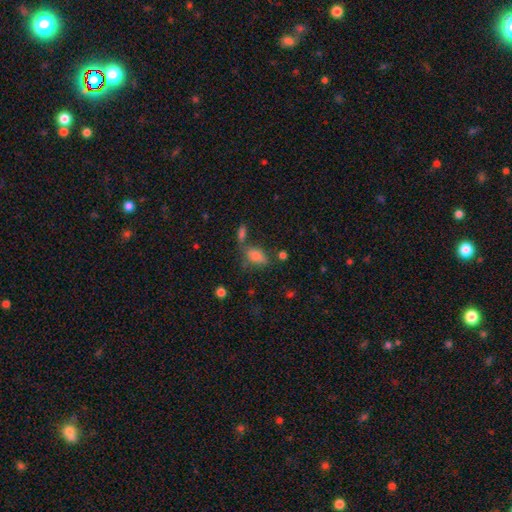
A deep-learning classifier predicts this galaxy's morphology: Smooth or featured? smooth (77%)
How rounded? in between (86%)
Merging? none (50%)